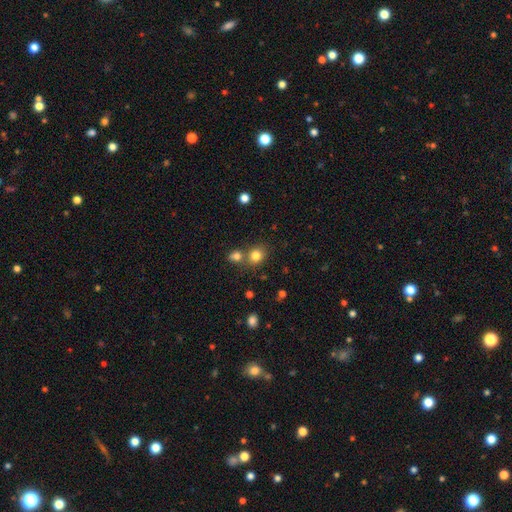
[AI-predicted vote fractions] The model was most divided on "merging": none: 62%, merger: 26%, minor disturbance: 9%, major disturbance: 3%. More confident: smooth or featured — smooth (80%); how rounded — round (74%).